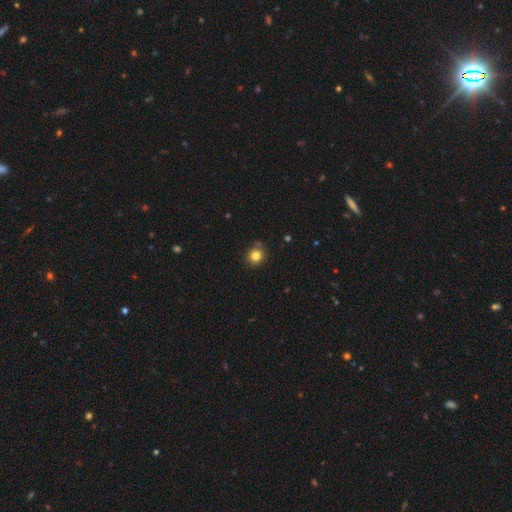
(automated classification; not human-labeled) This is clearly a smooth galaxy (82%). How rounded: clearly round (89%). Merging: clearly none (81%).